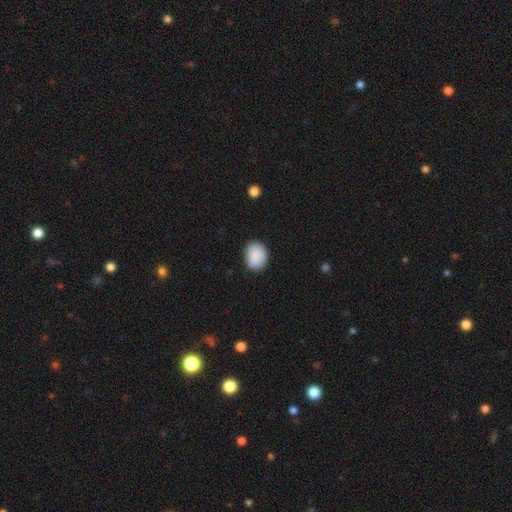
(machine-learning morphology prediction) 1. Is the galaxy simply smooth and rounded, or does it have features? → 88% smooth, 7% star or artifact, 5% featured or disk.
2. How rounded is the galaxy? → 56% in between, 43% round, 1% cigar-shaped.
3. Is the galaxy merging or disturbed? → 82% none, 15% minor disturbance, 3% major disturbance, 1% merger.